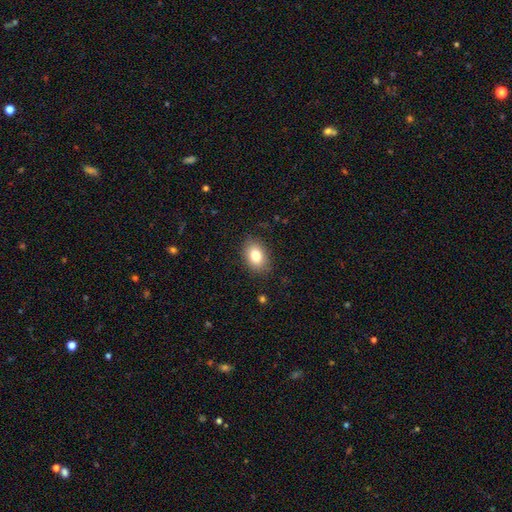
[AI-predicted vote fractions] Smooth or featured? smooth (81%)
How rounded? in between (79%)
Merging? none (84%)